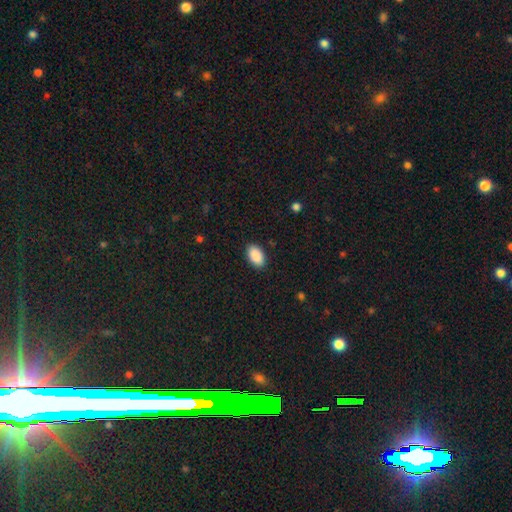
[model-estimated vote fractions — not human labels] Smooth or featured: smooth — 91% (star or artifact — 6%)
How rounded: in between — 95% (round — 4%)
Merging: none — 89% (minor disturbance — 8%)